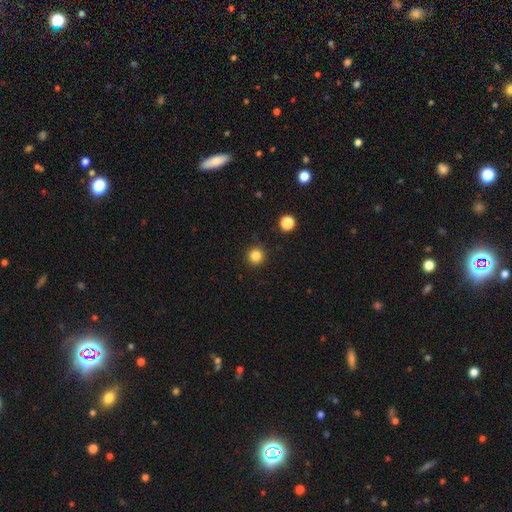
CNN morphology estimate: This is clearly a smooth galaxy (84%). How rounded: clearly round (94%). Merging: clearly none (91%).